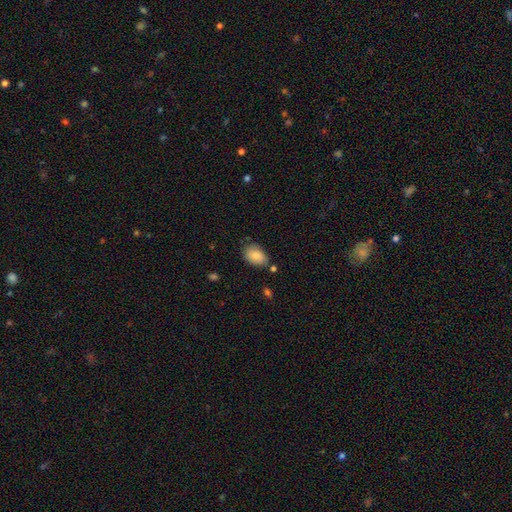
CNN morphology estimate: smooth 84%, featured or disk 9%, star or artifact 7%. Down the decision tree: how rounded — in between (86%); merging — none (70%).